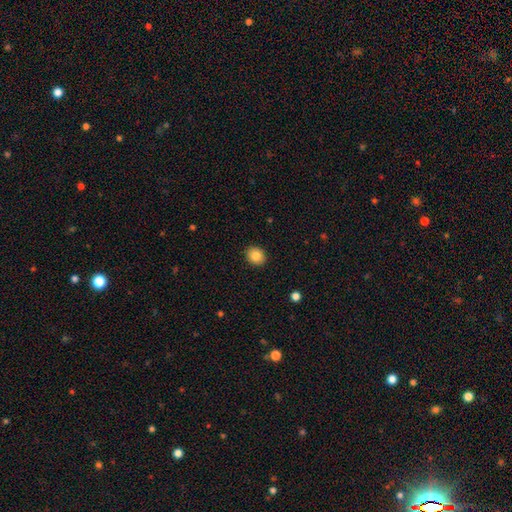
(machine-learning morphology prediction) Q: Smooth or featured?
A: smooth (84%); runner-up: star or artifact (9%)
Q: How rounded?
A: round (69%); runner-up: in between (30%)
Q: Merging?
A: none (91%); runner-up: minor disturbance (6%)